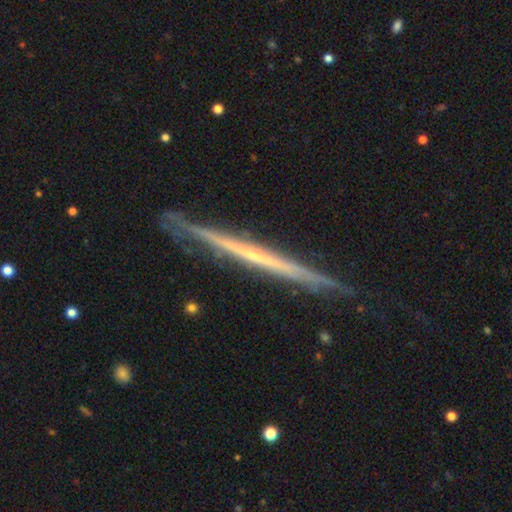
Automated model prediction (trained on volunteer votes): Morphology: type=featured or disk (79%); edge-on=yes (97%); edge-on bulge=none (78%); merging=none (84%).